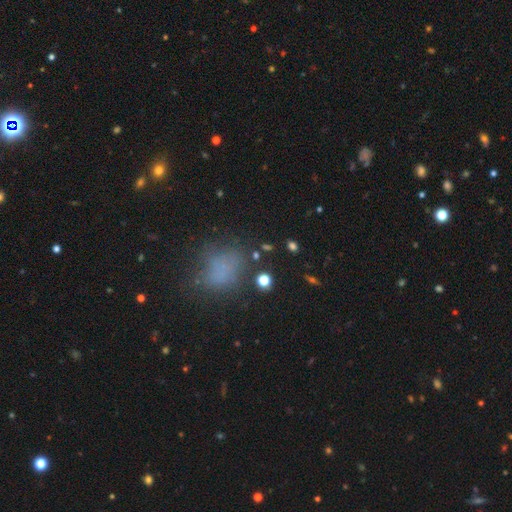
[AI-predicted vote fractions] smooth_or_featured: smooth (p=0.59) [alt: star or artifact p=0.24]
how_rounded: in between (p=0.52) [alt: round p=0.46]
merging: none (p=0.57) [alt: minor disturbance p=0.21]